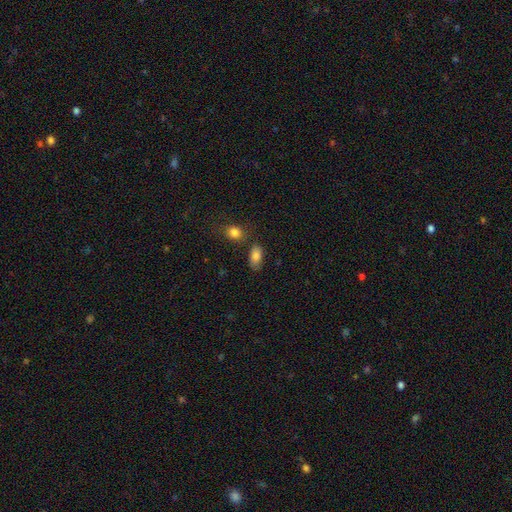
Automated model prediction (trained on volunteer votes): This is clearly a smooth galaxy (82%). How rounded: clearly in between (91%). Merging: likely none (70%).